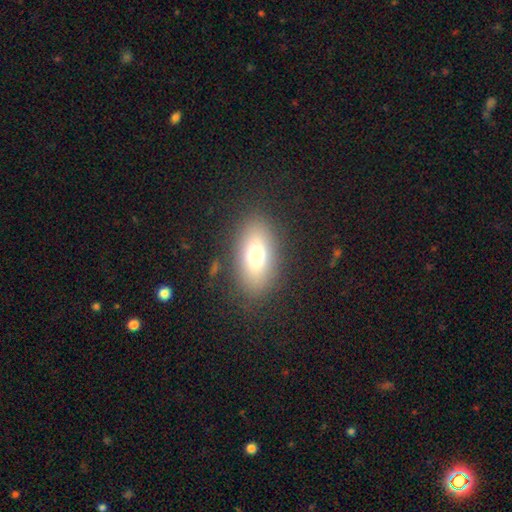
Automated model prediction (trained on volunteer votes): Q: Smooth or featured?
A: smooth (74%); runner-up: featured or disk (16%)
Q: How rounded?
A: in between (87%); runner-up: cigar-shaped (7%)
Q: Merging?
A: none (85%); runner-up: minor disturbance (10%)